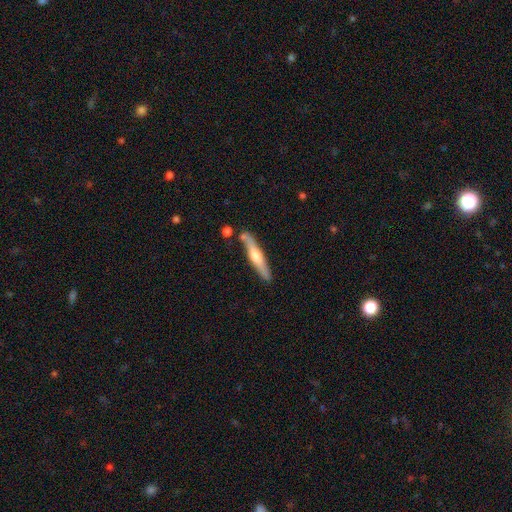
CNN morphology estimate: type=featured or disk (57%); edge-on=yes (94%); edge-on bulge=rounded (86%); merging=none (79%).